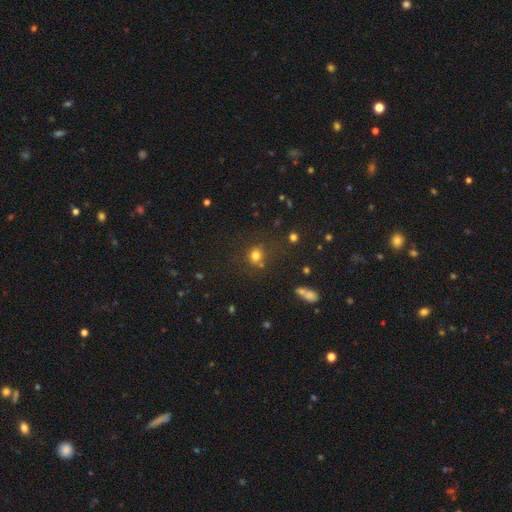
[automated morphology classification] This appears to be a smooth galaxy with no disk features (74%) that is round (78%). Merging: none (69%).